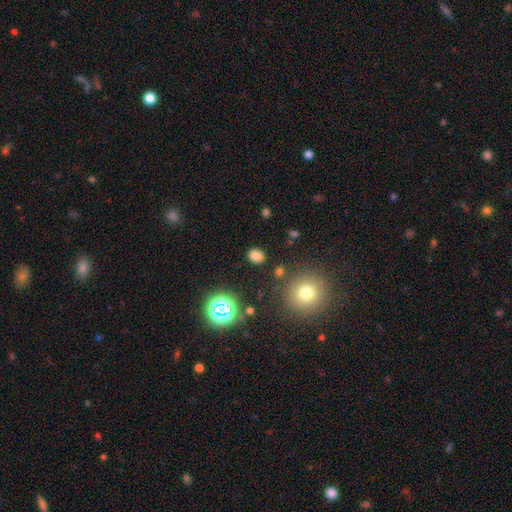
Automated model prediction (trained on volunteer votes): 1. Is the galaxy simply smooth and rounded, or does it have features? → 74% smooth, 21% star or artifact, 5% featured or disk.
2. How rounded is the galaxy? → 52% in between, 47% round, 1% cigar-shaped.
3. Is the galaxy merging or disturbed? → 83% none, 10% minor disturbance, 4% major disturbance, 4% merger.